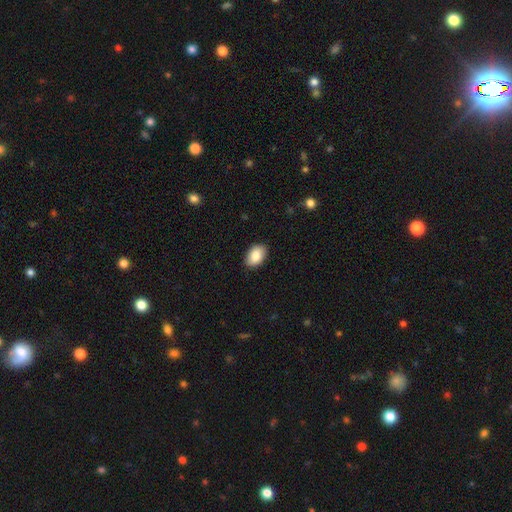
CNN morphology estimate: smooth_or_featured: smooth (p=0.87) [alt: featured or disk p=0.07]
how_rounded: in between (p=0.90) [alt: round p=0.09]
merging: none (p=0.89) [alt: minor disturbance p=0.09]